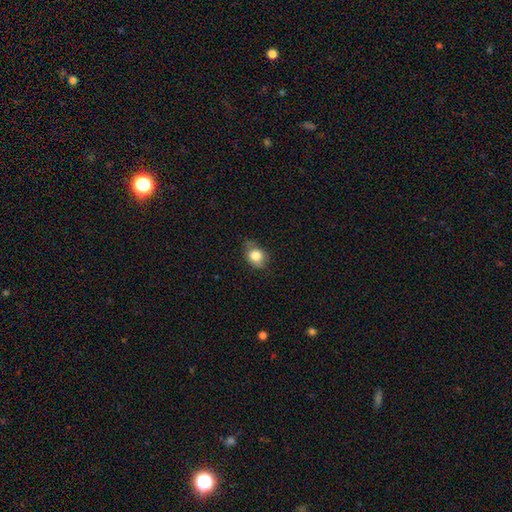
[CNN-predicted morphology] A smooth galaxy with no disk features (80%) that is in between round and cigar-shaped (52%). Merging: none (64%).